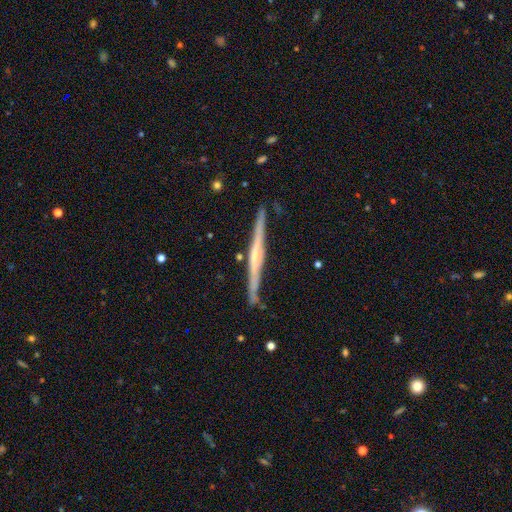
Smooth or featured? featured or disk (72%)
Edge-on disk? yes (100%)
Edge-on bulge? rounded (45%)
Merging? none (97%)